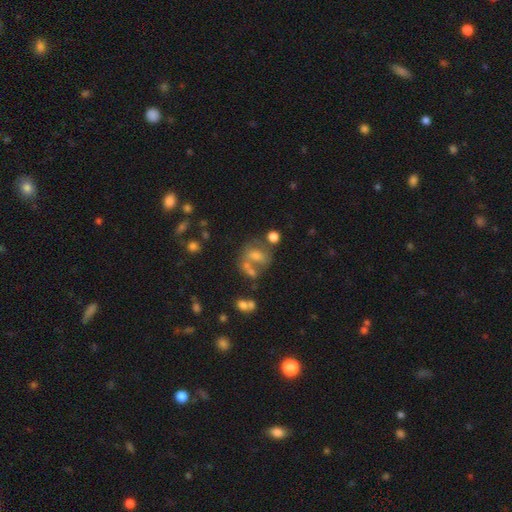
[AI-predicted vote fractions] smooth 47%, featured or disk 34%, star or artifact 19%. Down the decision tree: merging — none (41%).